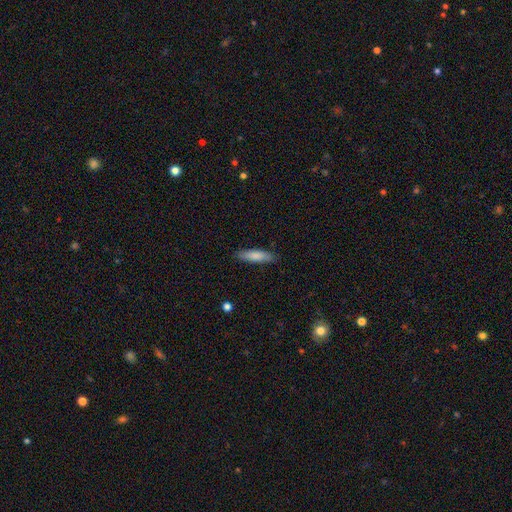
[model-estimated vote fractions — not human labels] smooth-or-featured: smooth: 82% | featured or disk: 12% | star or artifact: 6%
  how-rounded: cigar-shaped: 68% | in between: 30% | round: 1%
  merging: none: 86% | minor disturbance: 11% | major disturbance: 2% | merger: 1%